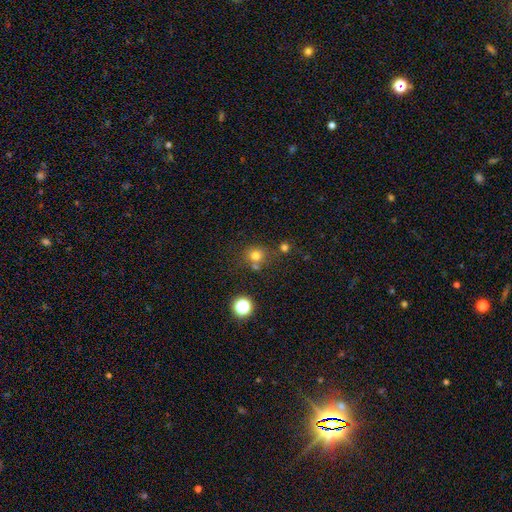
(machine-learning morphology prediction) smooth_or_featured: smooth (p=0.74) [alt: star or artifact p=0.18]
how_rounded: round (p=0.83) [alt: in between p=0.16]
merging: none (p=0.67) [alt: merger p=0.17]